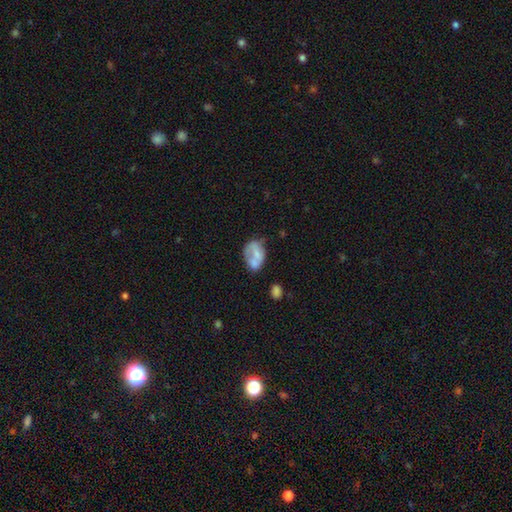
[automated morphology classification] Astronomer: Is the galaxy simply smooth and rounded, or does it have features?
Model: smooth — 52% (runner-up: featured or disk, 40%).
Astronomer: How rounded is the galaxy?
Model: in between — 78%.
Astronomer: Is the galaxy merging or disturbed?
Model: none — 32% (runner-up: minor disturbance, 25%).